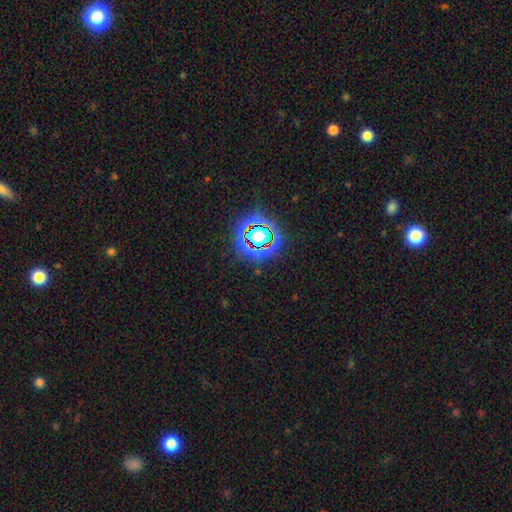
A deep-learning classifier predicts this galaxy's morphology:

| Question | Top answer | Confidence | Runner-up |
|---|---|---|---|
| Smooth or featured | star or artifact | 79% | smooth (13%) |